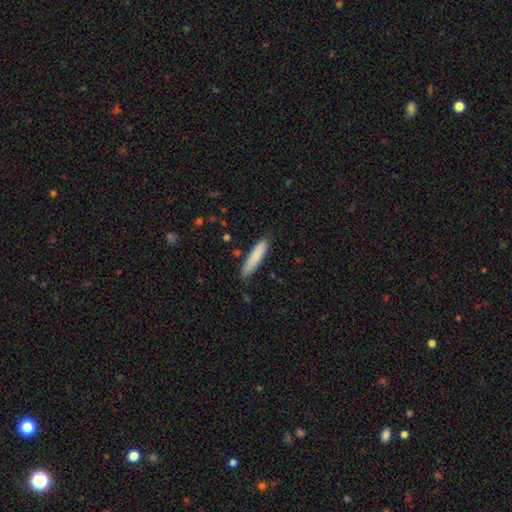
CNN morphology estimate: This appears to be a smooth galaxy with no disk features (84%) that is cigar-shaped (84%). Merging: none (83%).